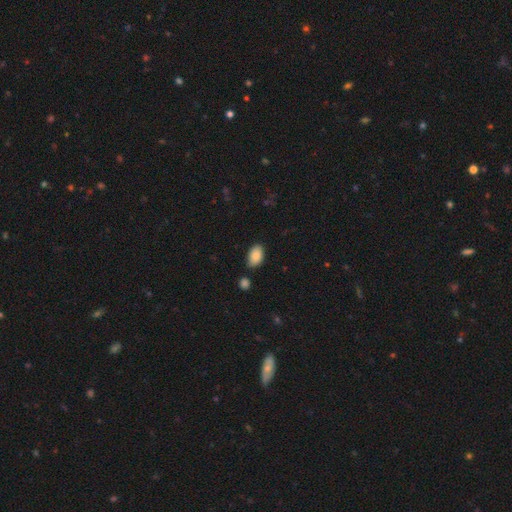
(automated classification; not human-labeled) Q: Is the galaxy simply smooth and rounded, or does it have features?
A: smooth — 87%.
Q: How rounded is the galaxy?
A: in between — 93%.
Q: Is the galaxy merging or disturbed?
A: none — 77%.